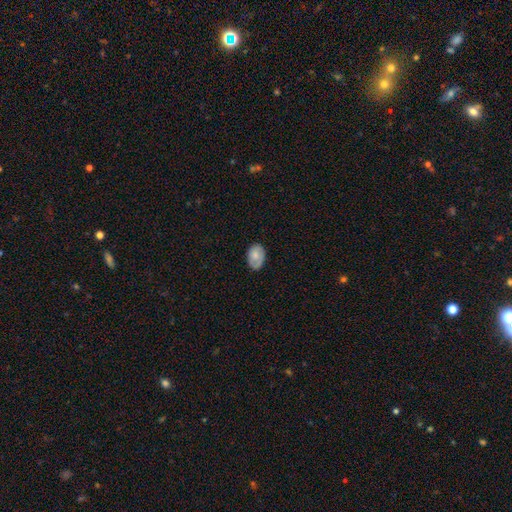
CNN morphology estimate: smooth 72%, featured or disk 21%, star or artifact 7%. Down the decision tree: how rounded — in between (83%); merging — none (74%).